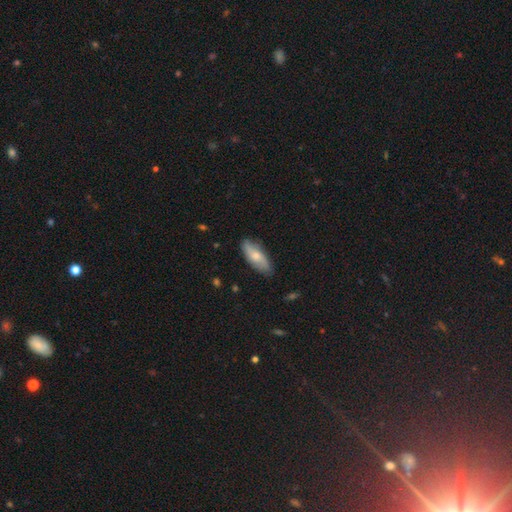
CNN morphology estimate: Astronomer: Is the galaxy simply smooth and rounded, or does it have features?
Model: smooth — 62%.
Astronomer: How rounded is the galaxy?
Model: in between — 73%.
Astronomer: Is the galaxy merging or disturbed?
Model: none — 80%.